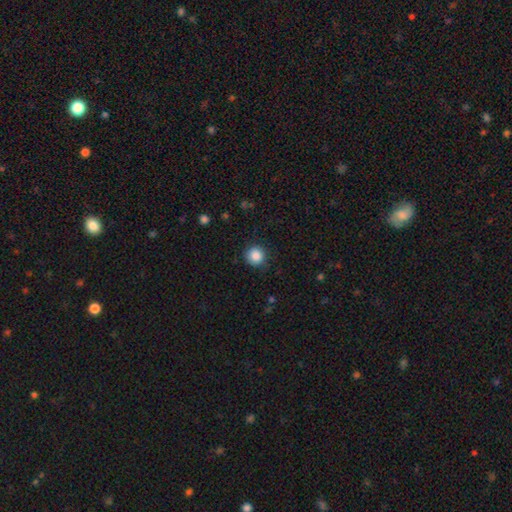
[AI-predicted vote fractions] This appears to be a smooth galaxy with no disk features (87%) that is round (93%). Merging: none (86%).